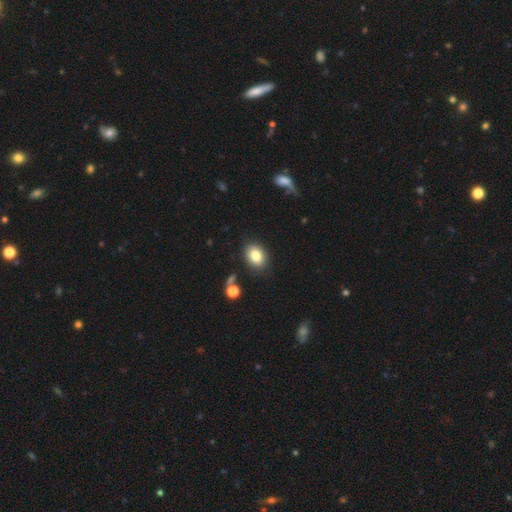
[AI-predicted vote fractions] Morphology: type=smooth (83%); roundness=in between (72%); merging=none (85%).